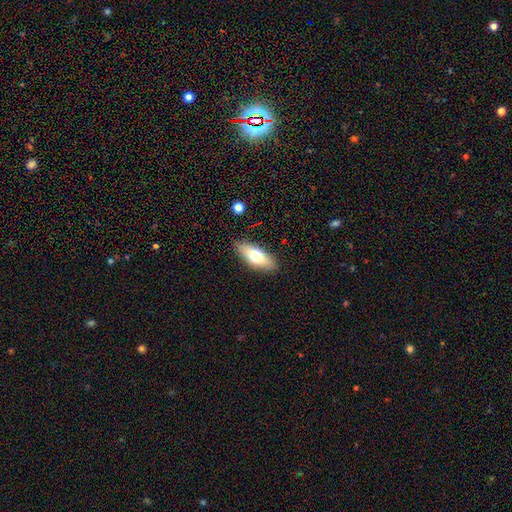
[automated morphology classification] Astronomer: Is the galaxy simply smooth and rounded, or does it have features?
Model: smooth — 70%.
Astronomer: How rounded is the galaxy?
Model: in between — 71%.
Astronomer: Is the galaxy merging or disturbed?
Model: none — 87%.